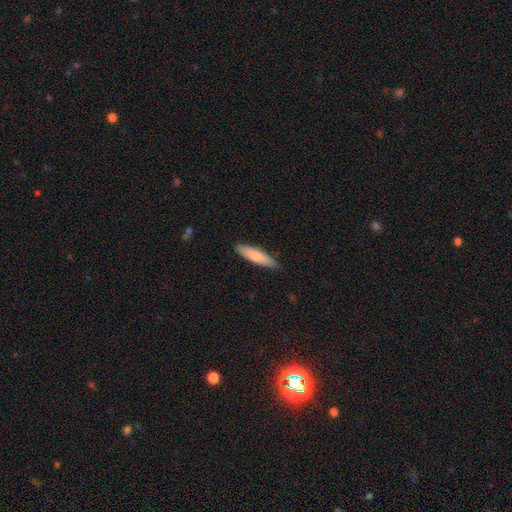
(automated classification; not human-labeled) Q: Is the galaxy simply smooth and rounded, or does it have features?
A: smooth — 78%.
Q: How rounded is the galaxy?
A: cigar-shaped — 76%.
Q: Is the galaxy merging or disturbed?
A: none — 84%.